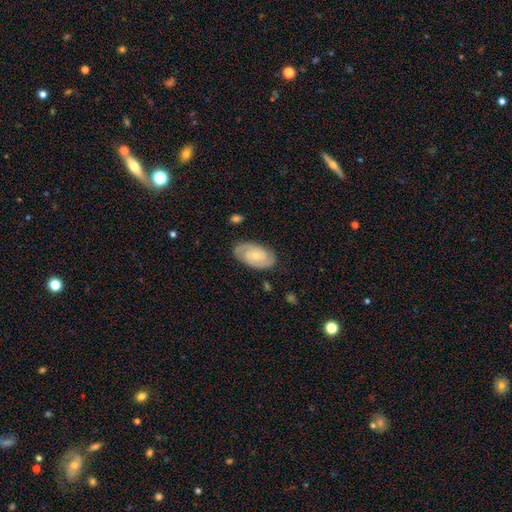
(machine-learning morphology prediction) Smooth or featured?
  - featured or disk: 76% *
  - smooth: 19%
  - star or artifact: 6%
Edge-on disk?
  - no: 96% *
  - yes: 4%
Bar?
  - no: 68% *
  - weak: 28%
  - strong: 5%
Spiral arms?
  - yes: 94% *
  - no: 6%
Spiral winding?
  - tight: 61% *
  - medium: 32%
  - loose: 7%
Spiral arm count?
  - 2: 77% *
  - can't tell: 12%
  - 3: 6%
  - 1: 2%
  - 4: 2%
  - more than 4: 1%
Bulge size?
  - small: 63% *
  - moderate: 32%
  - none: 2%
  - large: 1%
  - dominant: 1%
Merging?
  - none: 81% *
  - minor disturbance: 14%
  - major disturbance: 4%
  - merger: 1%